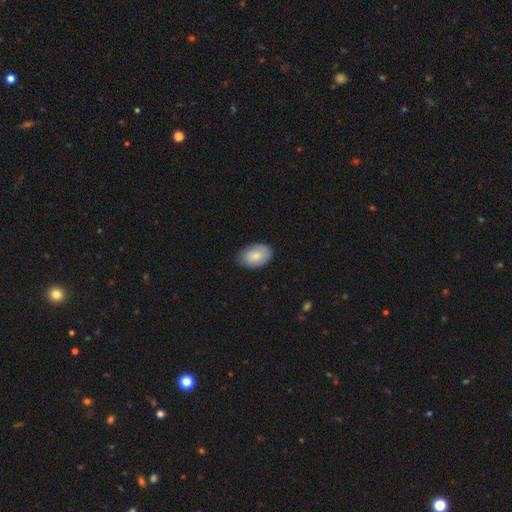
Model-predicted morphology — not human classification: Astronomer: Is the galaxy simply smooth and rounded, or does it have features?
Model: smooth — 82%.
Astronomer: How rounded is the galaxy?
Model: in between — 88%.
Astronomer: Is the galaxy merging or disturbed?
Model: none — 80%.